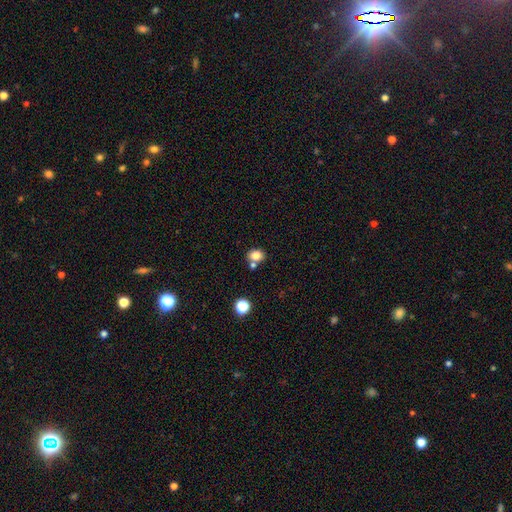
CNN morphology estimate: Q: Smooth or featured?
A: smooth (81%); runner-up: star or artifact (11%)
Q: How rounded?
A: in between (54%); runner-up: round (45%)
Q: Merging?
A: none (61%); runner-up: merger (23%)